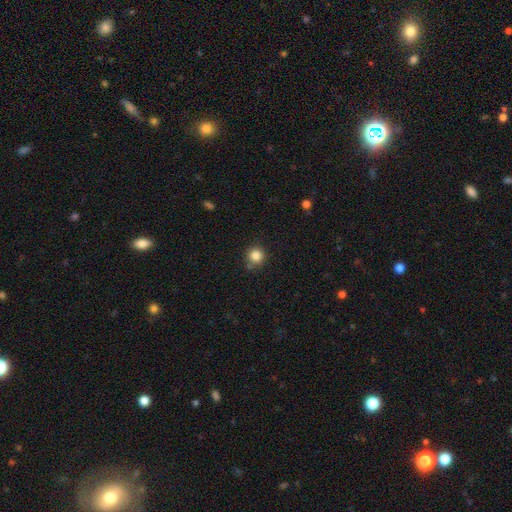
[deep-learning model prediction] Overall: smooth (84%). How rounded: round (94%). Merging: none (81%).